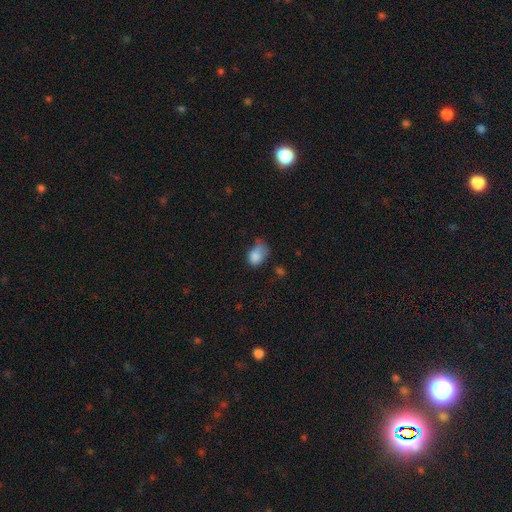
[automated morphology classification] The model was most divided on "merging": minor disturbance: 38%, none: 27%, major disturbance: 26%, merger: 8%. More confident: smooth or featured — smooth (80%); how rounded — in between (69%).